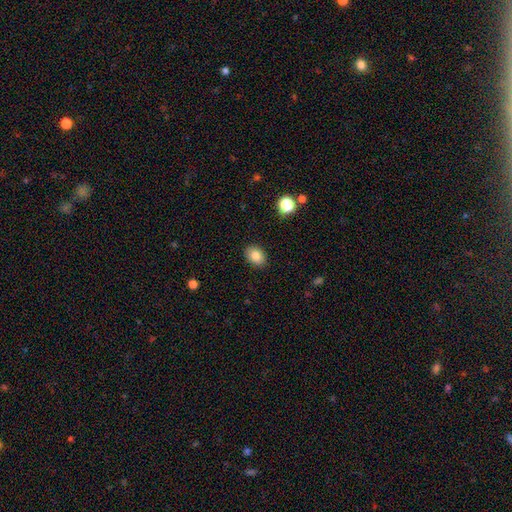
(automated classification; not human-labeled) Smooth or featured? smooth (83%)
How rounded? in between (67%)
Merging? none (89%)